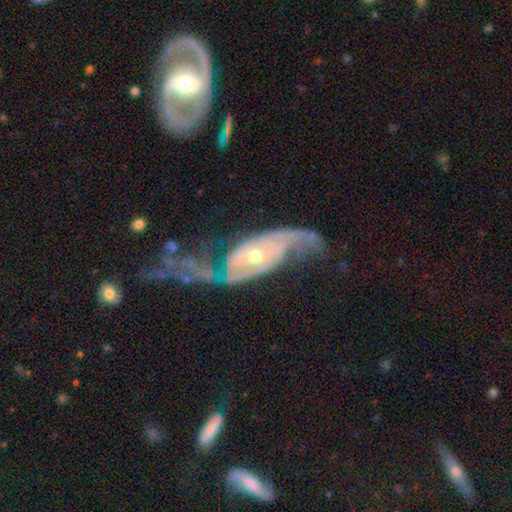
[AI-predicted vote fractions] This appears to be a featured or disk galaxy (85%) with no bar (62%), 2 (69%) loose (38%) spiral arms (88%) and a moderate central bulge (50%). Merging: major disturbance (39%).